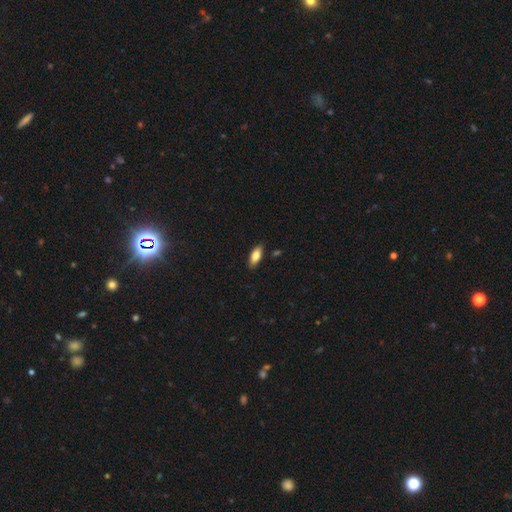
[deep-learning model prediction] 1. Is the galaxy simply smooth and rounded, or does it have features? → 79% smooth, 15% featured or disk, 7% star or artifact.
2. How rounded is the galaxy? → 78% in between, 20% cigar-shaped, 2% round.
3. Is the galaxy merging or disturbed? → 86% none, 10% minor disturbance, 2% major disturbance, 2% merger.